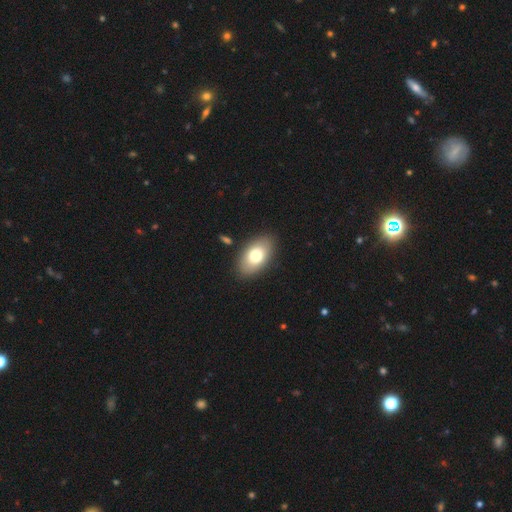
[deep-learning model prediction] smooth-or-featured: smooth: 74% | featured or disk: 19% | star or artifact: 7%
  how-rounded: in between: 92% | round: 6% | cigar-shaped: 2%
  merging: none: 86% | minor disturbance: 9% | major disturbance: 3% | merger: 2%